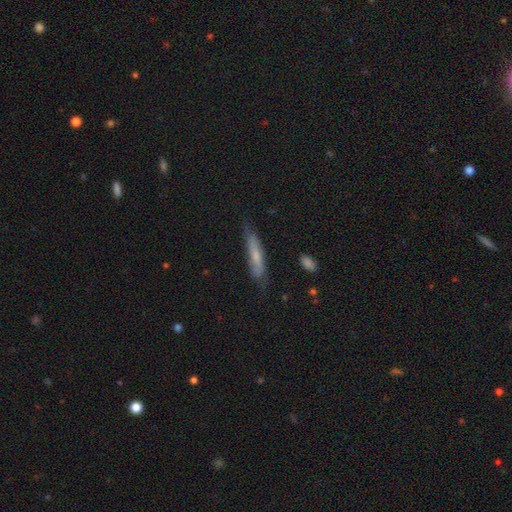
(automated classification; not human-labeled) Smooth or featured? Predicted: smooth (p=0.56). How rounded? Predicted: cigar-shaped (p=0.85). Merging? Predicted: none (p=0.69).